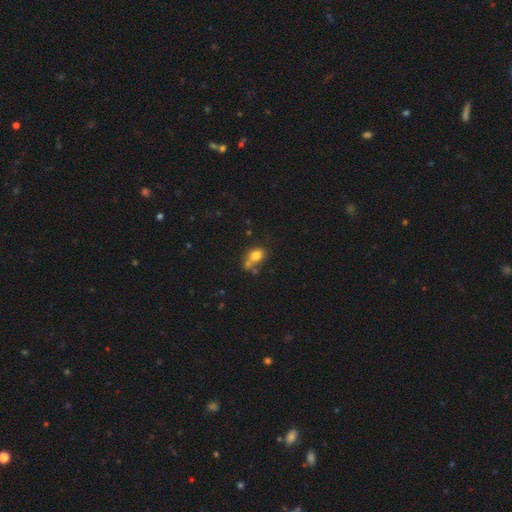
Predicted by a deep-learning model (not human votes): Morphology: type=smooth (76%); roundness=round (50%); merging=none (44%).